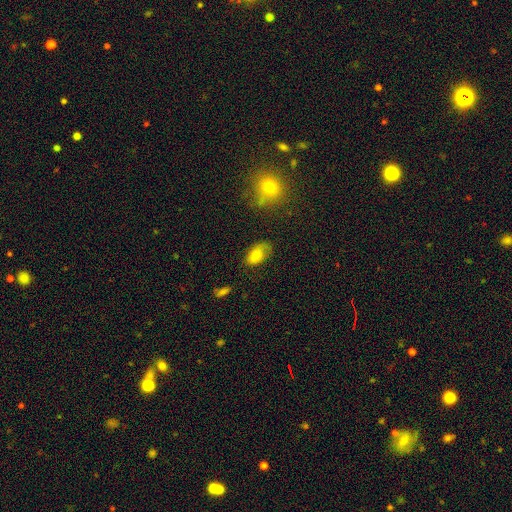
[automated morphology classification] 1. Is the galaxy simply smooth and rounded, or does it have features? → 77% smooth, 14% featured or disk, 10% star or artifact.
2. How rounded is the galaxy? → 91% in between, 6% round, 2% cigar-shaped.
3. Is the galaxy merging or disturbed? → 51% none, 31% minor disturbance, 15% major disturbance, 3% merger.